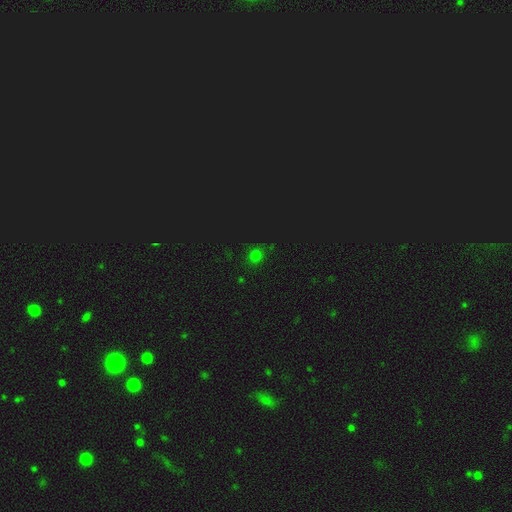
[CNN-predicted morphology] Smooth or featured? Predicted: smooth (p=0.68). How rounded? Predicted: round (p=0.85). Merging? Predicted: none (p=0.86).